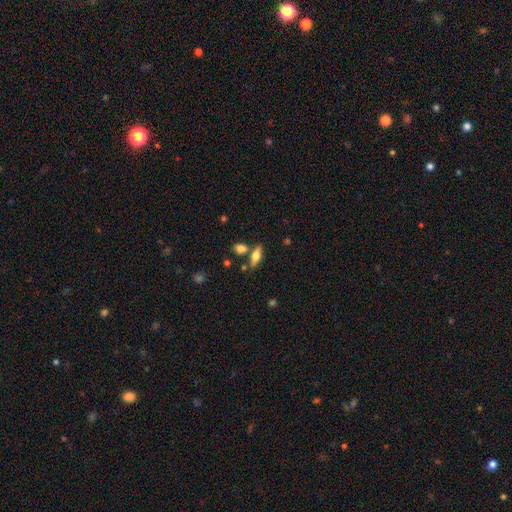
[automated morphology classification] A smooth galaxy with no disk features (52%) that is in between round and cigar-shaped (59%).

Vote fractions:
- Smooth or featured? smooth: 52% / featured or disk: 40% / star or artifact: 8%
- How rounded? in between: 59% / cigar-shaped: 37% / round: 4%
- Merging? none: 71% / merger: 14% / minor disturbance: 11% / major disturbance: 4%